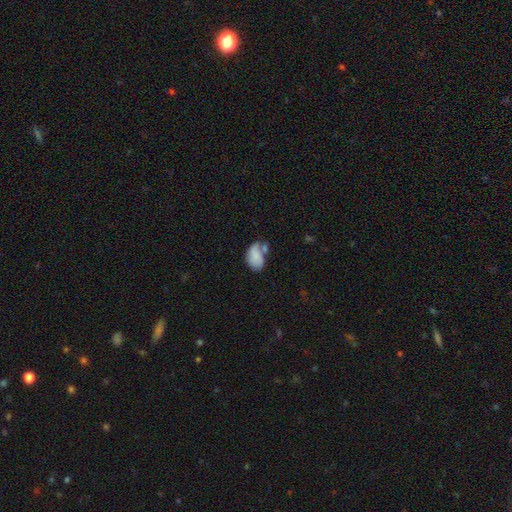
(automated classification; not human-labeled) Overall: smooth (77%). How rounded: in between (88%). Merging: none (33%; merger 30%).